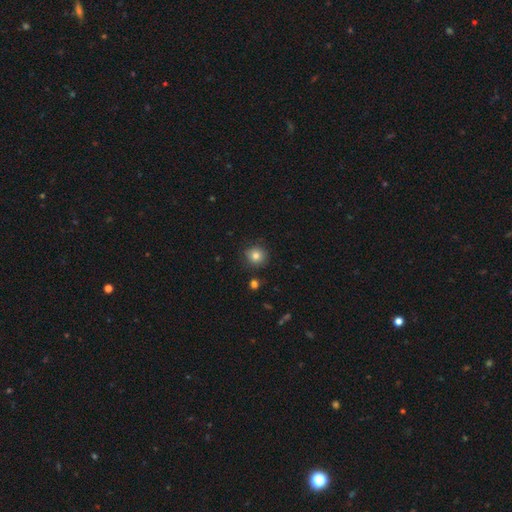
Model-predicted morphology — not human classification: smooth-or-featured: smooth: 80% | star or artifact: 12% | featured or disk: 8%
  how-rounded: round: 92% | in between: 7% | cigar-shaped: 1%
  merging: none: 86% | minor disturbance: 9% | major disturbance: 2% | merger: 2%